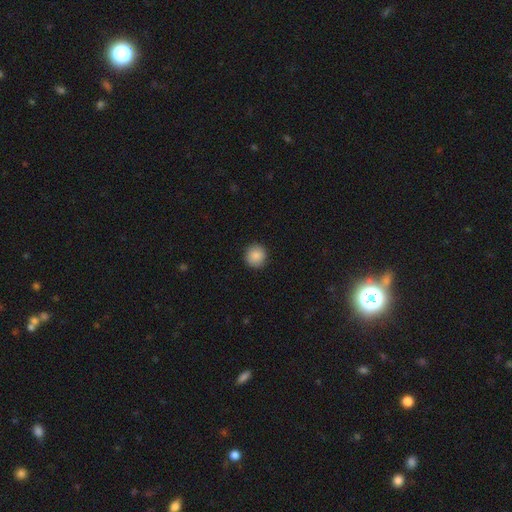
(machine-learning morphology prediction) smooth_or_featured: smooth (p=0.88) [alt: star or artifact p=0.08]
how_rounded: round (p=0.93) [alt: in between p=0.06]
merging: none (p=0.91) [alt: minor disturbance p=0.06]